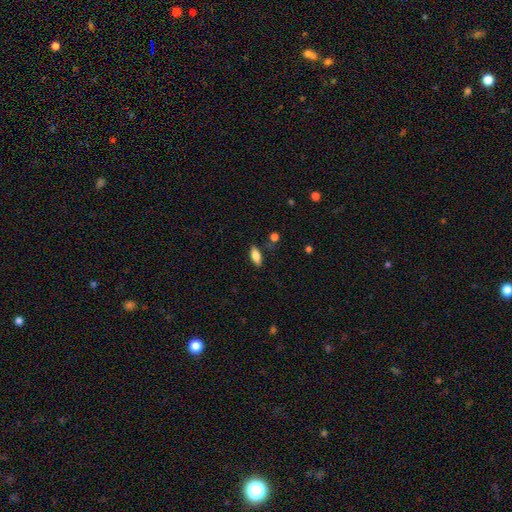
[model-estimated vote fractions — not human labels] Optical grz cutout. It shows a smooth galaxy with no disk features (80%) that is in between round and cigar-shaped (81%). Merging: none (82%).